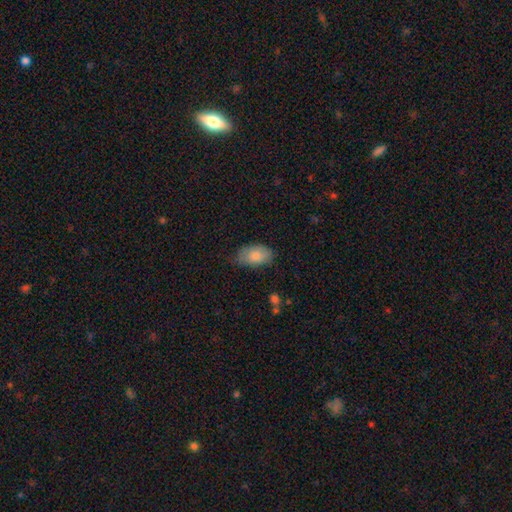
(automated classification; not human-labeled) Overall: smooth (82%). How rounded: in between (93%). Merging: none (64%; minor disturbance 29%).